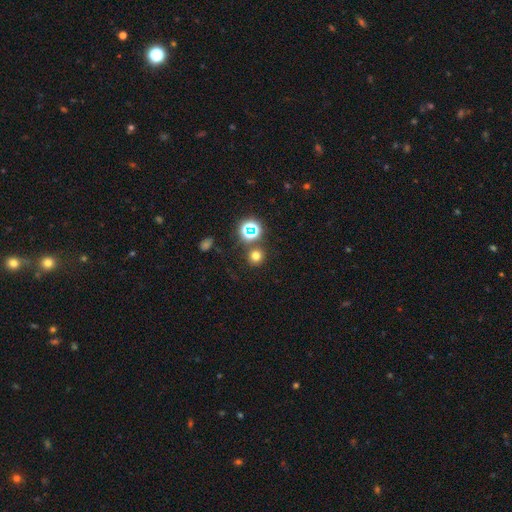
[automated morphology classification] Smooth or featured? Predicted: smooth (p=0.69). How rounded? Predicted: round (p=0.91). Merging? Predicted: none (p=0.83).